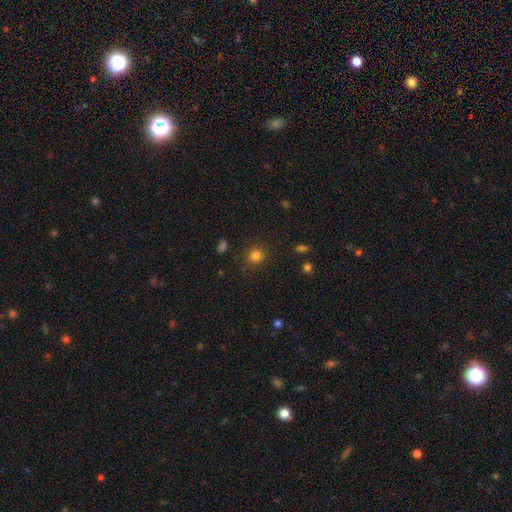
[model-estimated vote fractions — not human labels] Morphology: type=smooth (81%); roundness=round (90%); merging=none (87%).